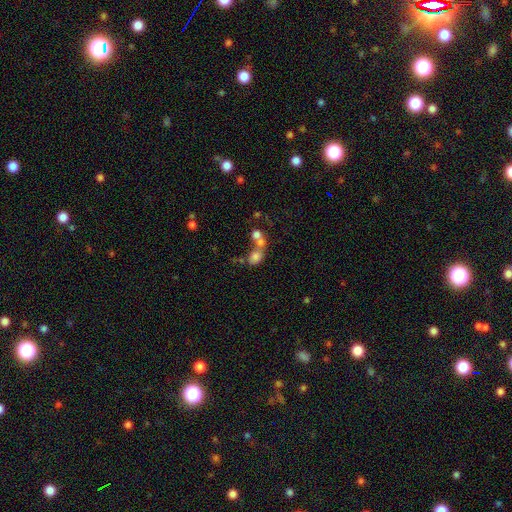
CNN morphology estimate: A smooth galaxy with no disk features (62%) that is round (52%). Merging: merger (56%).